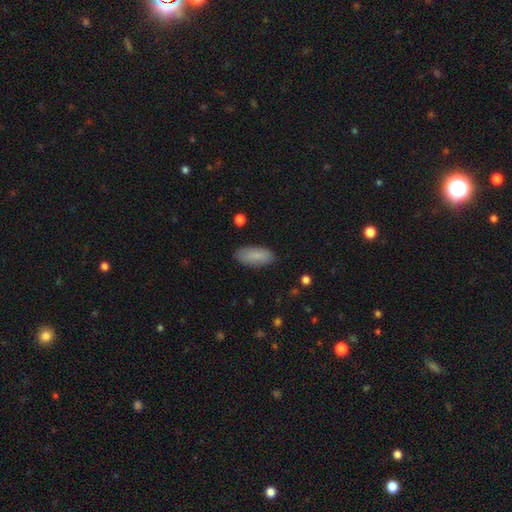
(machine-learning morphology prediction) smooth_or_featured: smooth (p=0.88) [alt: star or artifact p=0.06]
how_rounded: in between (p=0.82) [alt: cigar-shaped p=0.16]
merging: none (p=0.86) [alt: minor disturbance p=0.10]